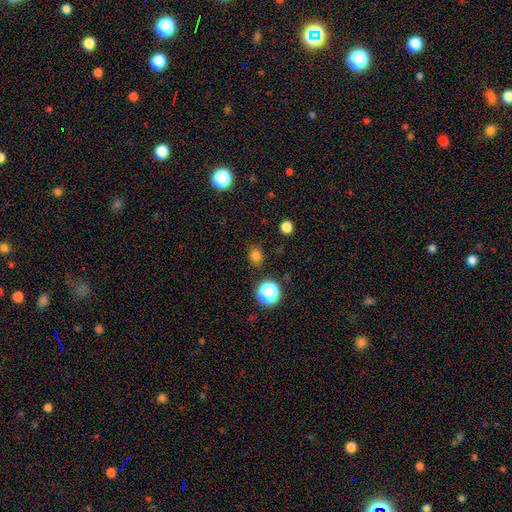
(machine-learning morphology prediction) Smooth or featured? smooth (78%)
How rounded? round (73%)
Merging? none (85%)